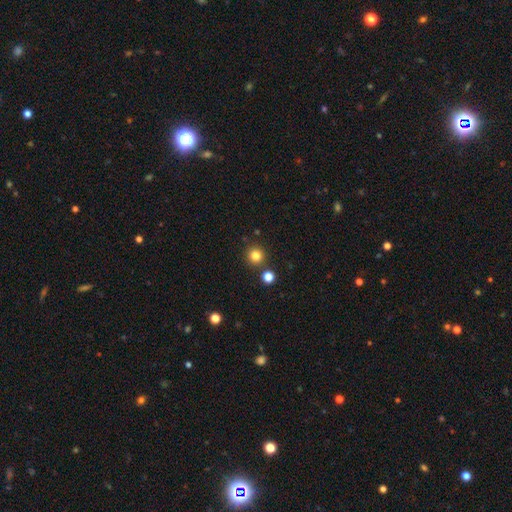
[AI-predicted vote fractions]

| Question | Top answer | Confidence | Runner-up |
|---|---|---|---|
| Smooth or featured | smooth | 81% | star or artifact (14%) |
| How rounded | round | 95% | in between (4%) |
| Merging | none | 86% | minor disturbance (6%) |